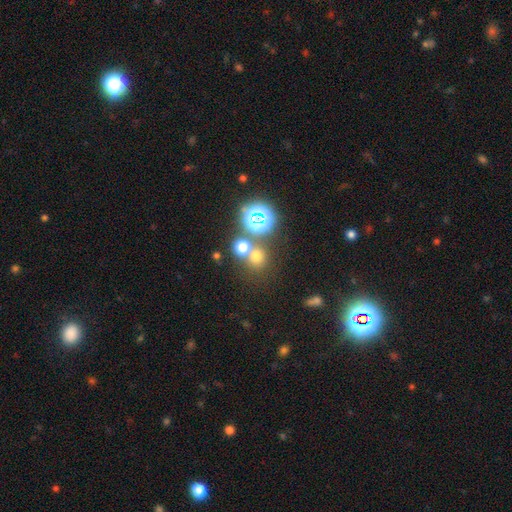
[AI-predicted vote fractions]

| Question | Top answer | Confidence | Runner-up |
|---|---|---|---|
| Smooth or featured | smooth | 61% | star or artifact (30%) |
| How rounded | round | 87% | in between (12%) |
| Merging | none | 59% | merger (31%) |